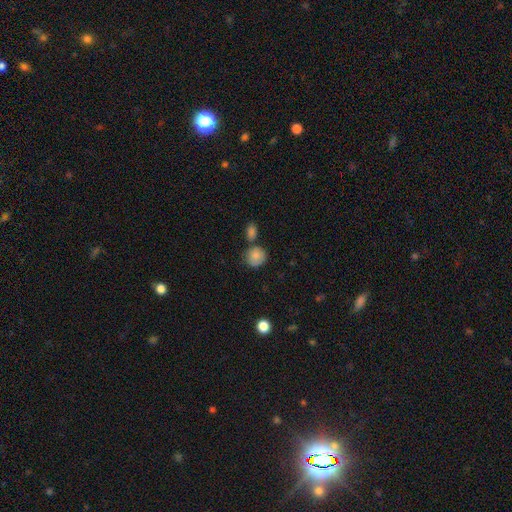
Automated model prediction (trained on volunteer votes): smooth 84%, star or artifact 8%, featured or disk 7%. Down the decision tree: how rounded — round (82%); merging — none (61%).